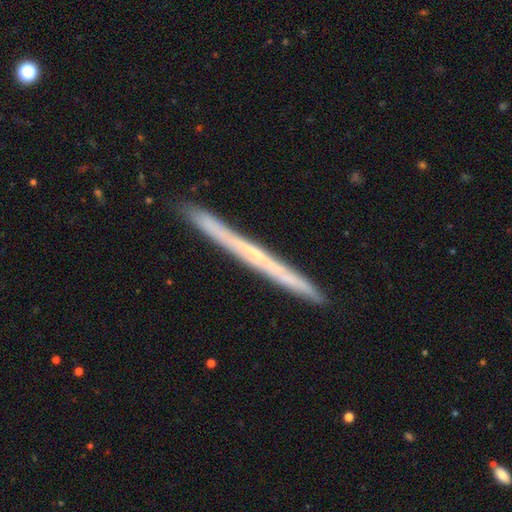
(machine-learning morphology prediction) Smooth or featured? featured or disk (65%)
Edge-on disk? yes (97%)
Edge-on bulge? none (79%)
Merging? none (91%)